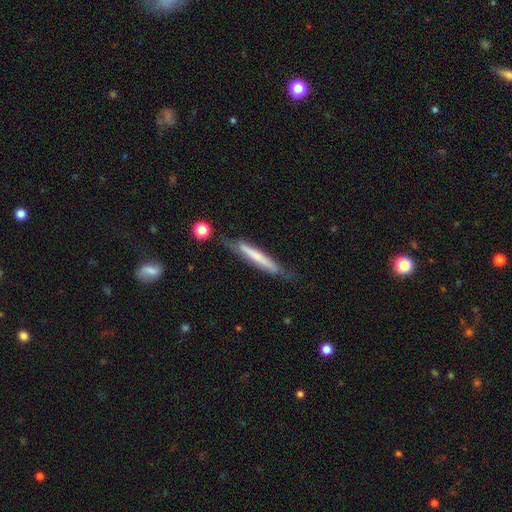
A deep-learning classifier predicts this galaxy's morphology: Smooth or featured: smooth — 48% (featured or disk — 46%)
Merging: none — 65% (minor disturbance — 25%)